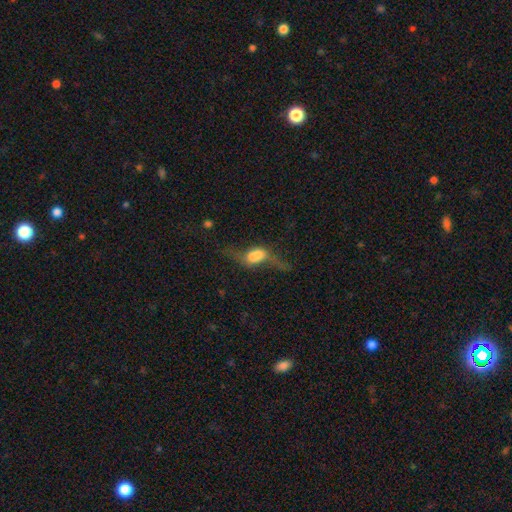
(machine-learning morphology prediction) A smooth galaxy with no disk features (45%). Merging: major disturbance (35%).